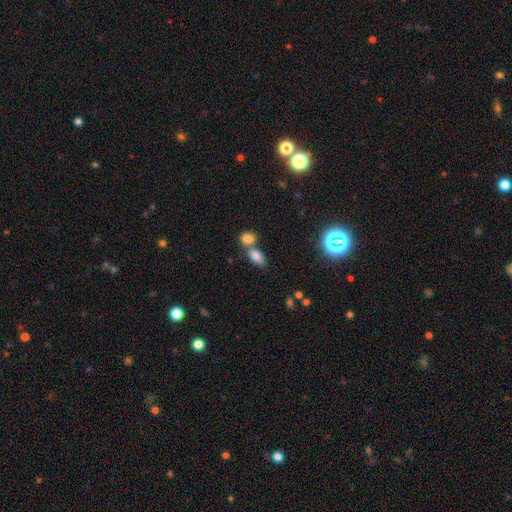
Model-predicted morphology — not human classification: Overall: smooth (79%). How rounded: in between (89%). Merging: merger (44%; none 43%).